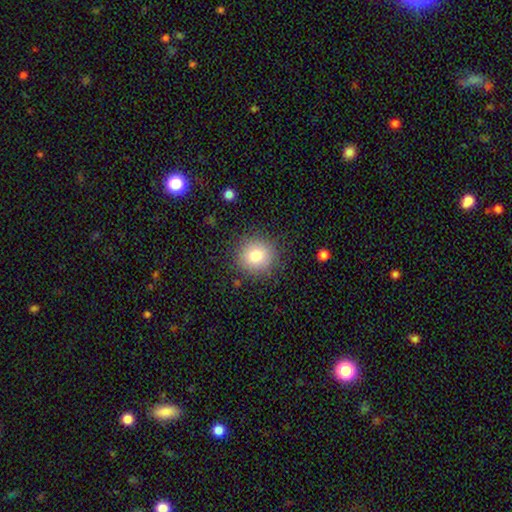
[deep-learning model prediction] Q: Smooth or featured?
A: smooth (80%); runner-up: star or artifact (10%)
Q: How rounded?
A: round (89%); runner-up: in between (10%)
Q: Merging?
A: none (87%); runner-up: minor disturbance (9%)